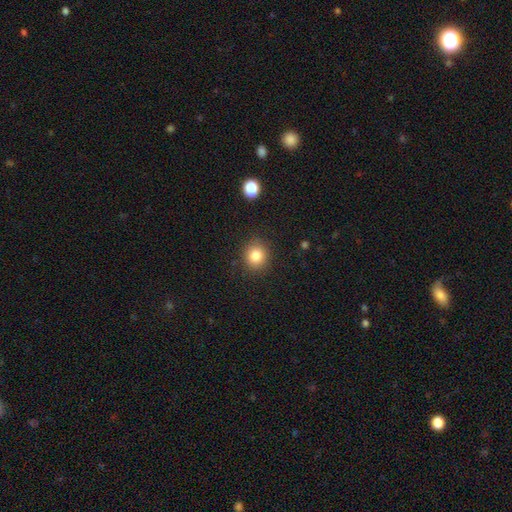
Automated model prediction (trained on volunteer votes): The model was most divided on "how rounded": round: 84%, in between: 15%, cigar-shaped: 1%. More confident: merging — none (88%); smooth or featured — smooth (83%).